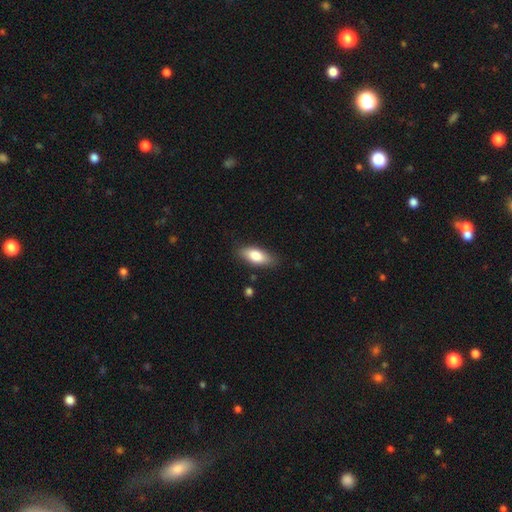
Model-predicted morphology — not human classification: The model was most divided on "how rounded": in between: 81%, cigar-shaped: 16%, round: 3%. More confident: merging — none (84%); smooth or featured — smooth (79%).